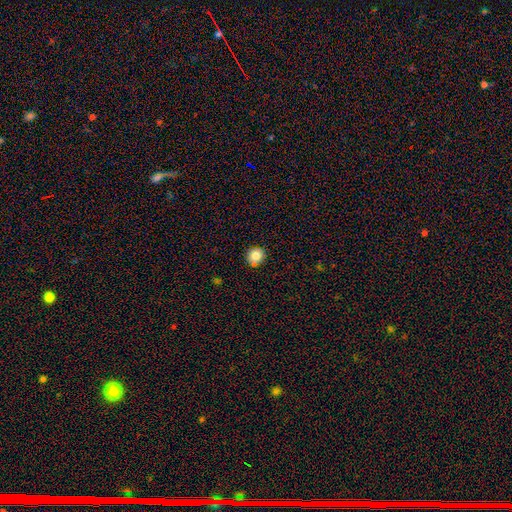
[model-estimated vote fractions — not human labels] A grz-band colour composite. It shows a smooth galaxy with no disk features (80%) that is round (88%). Merging: none (74%).